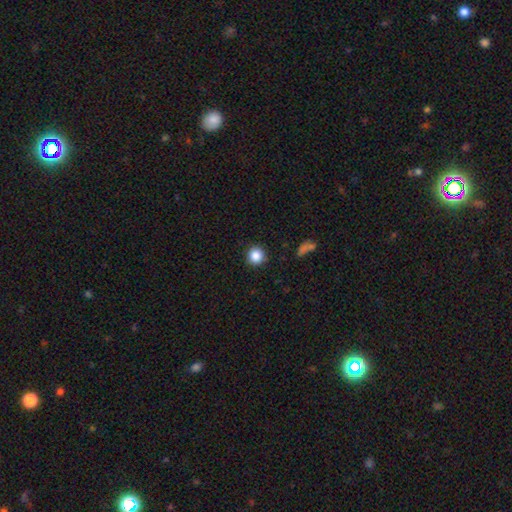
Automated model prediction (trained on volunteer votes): The model was most divided on "smooth or featured": smooth: 87%, star or artifact: 10%, featured or disk: 4%. More confident: how rounded — round (93%); merging — none (90%).